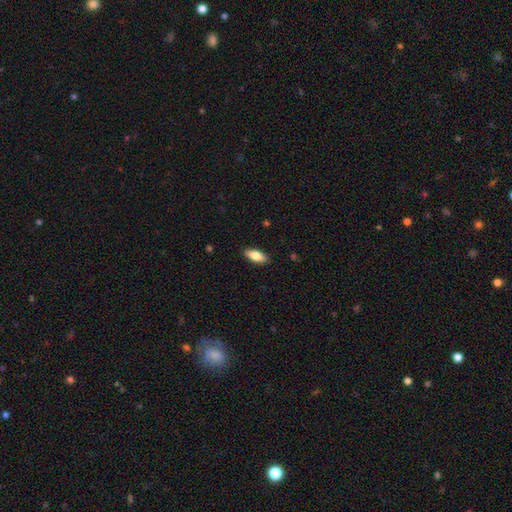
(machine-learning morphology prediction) A smooth galaxy with no disk features (77%) that is in between round and cigar-shaped (81%). Merging: none (88%).